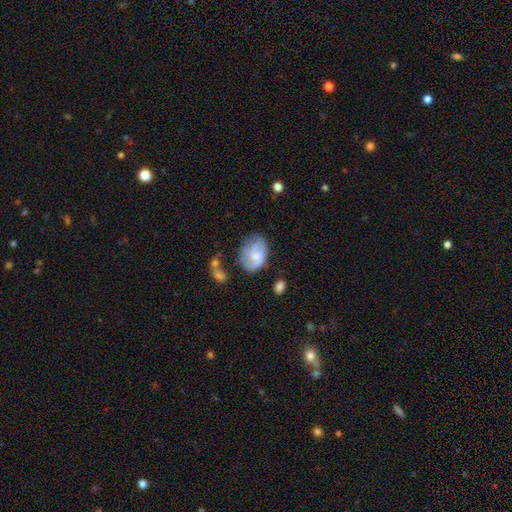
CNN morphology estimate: Smooth or featured?
  - featured or disk: 48% *
  - smooth: 44%
  - star or artifact: 7%
Merging?
  - none: 50% *
  - minor disturbance: 29%
  - major disturbance: 15%
  - merger: 5%